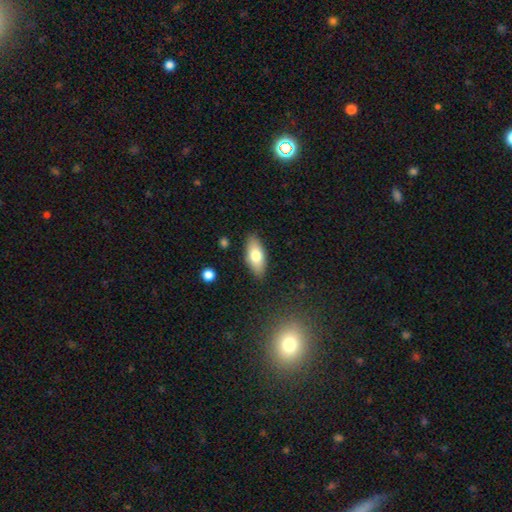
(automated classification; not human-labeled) Smooth or featured? smooth (74%)
How rounded? in between (84%)
Merging? none (87%)